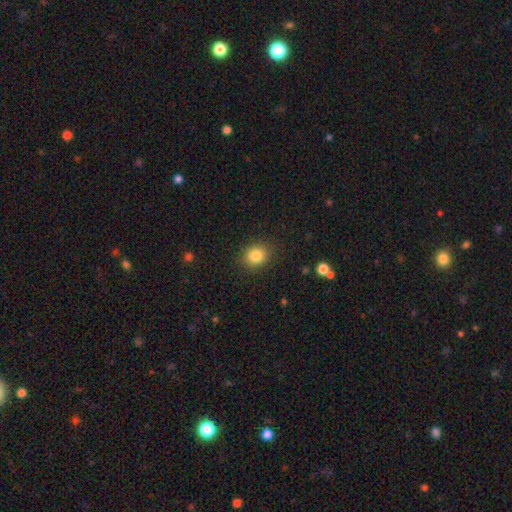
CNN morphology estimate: smooth-or-featured: smooth: 84% | star or artifact: 11% | featured or disk: 6%
  how-rounded: round: 70% | in between: 29% | cigar-shaped: 1%
  merging: none: 88% | minor disturbance: 9% | major disturbance: 3% | merger: 1%